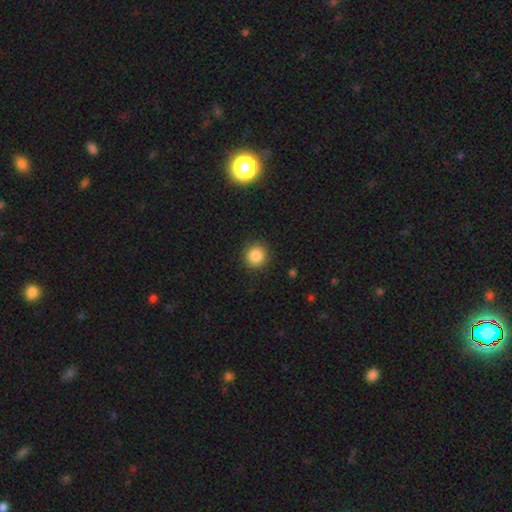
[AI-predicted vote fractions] A smooth galaxy with no disk features (86%) that is round (93%).

Vote fractions:
- Smooth or featured? smooth: 86% / star or artifact: 10% / featured or disk: 4%
- How rounded? round: 93% / in between: 6% / cigar-shaped: 1%
- Merging? none: 91% / minor disturbance: 6% / major disturbance: 2% / merger: 1%